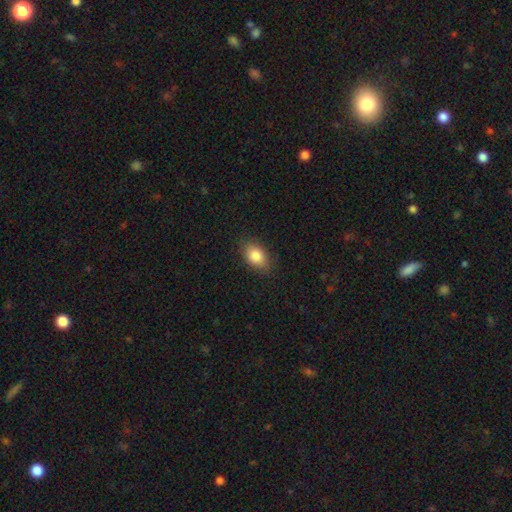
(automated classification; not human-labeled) Smooth or featured? smooth (85%)
How rounded? in between (87%)
Merging? none (84%)